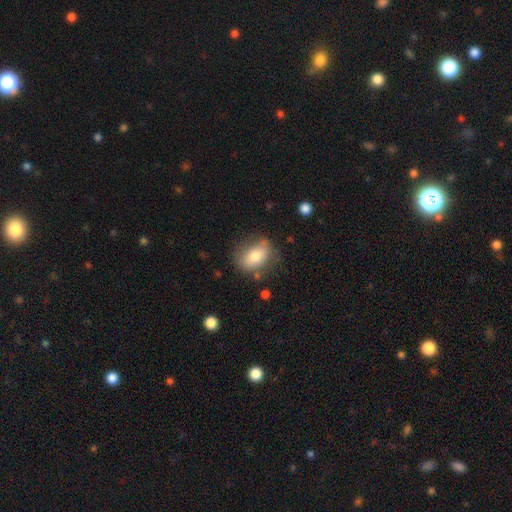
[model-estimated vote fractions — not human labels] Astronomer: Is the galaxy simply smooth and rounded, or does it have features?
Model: smooth — 75%.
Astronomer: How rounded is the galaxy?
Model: in between — 73%.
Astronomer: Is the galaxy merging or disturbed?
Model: none — 69%.